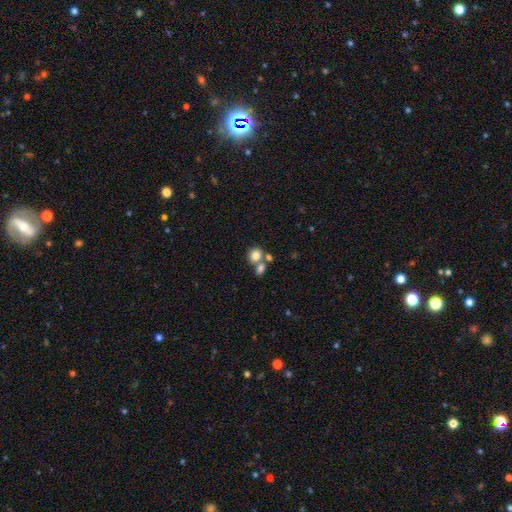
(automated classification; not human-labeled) Smooth or featured: smooth — 80% (star or artifact — 11%)
How rounded: round — 76% (in between — 23%)
Merging: none — 47% (merger — 40%)